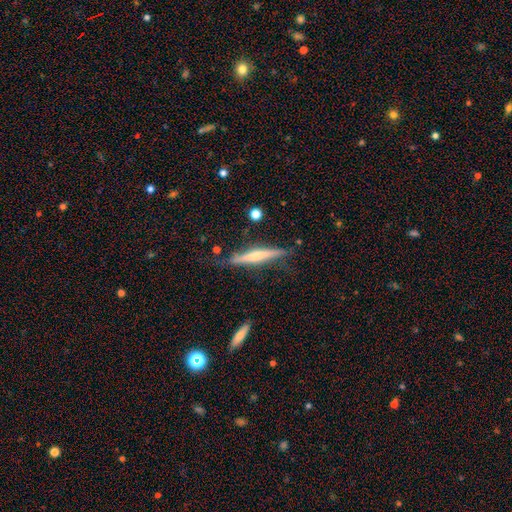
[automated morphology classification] Smooth or featured? featured or disk (63%)
Edge-on disk? yes (96%)
Edge-on bulge? rounded (59%)
Merging? none (82%)